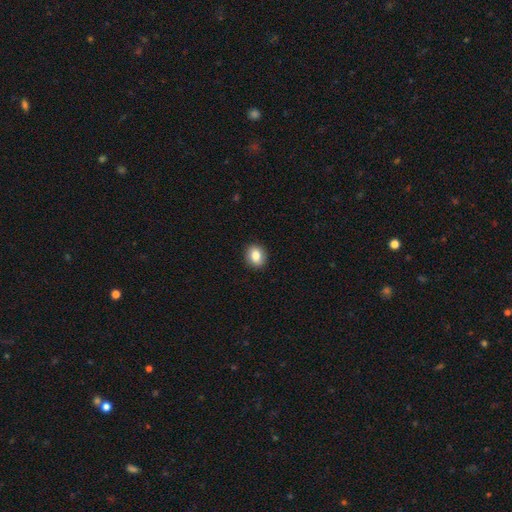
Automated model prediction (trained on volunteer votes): Morphology: type=smooth (81%); roundness=round (58%); merging=none (90%).